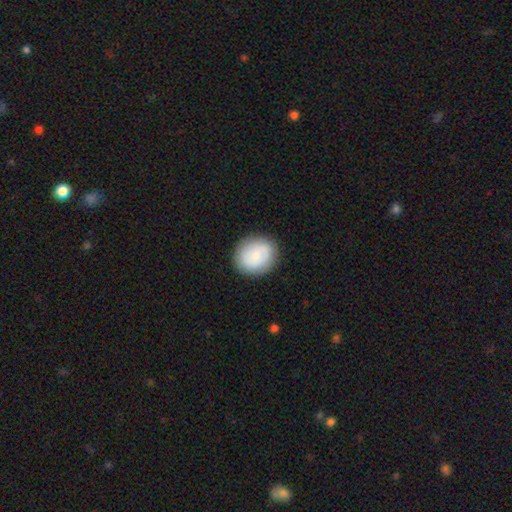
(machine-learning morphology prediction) Overall: smooth (71%). How rounded: round (73%). Merging: none (87%).